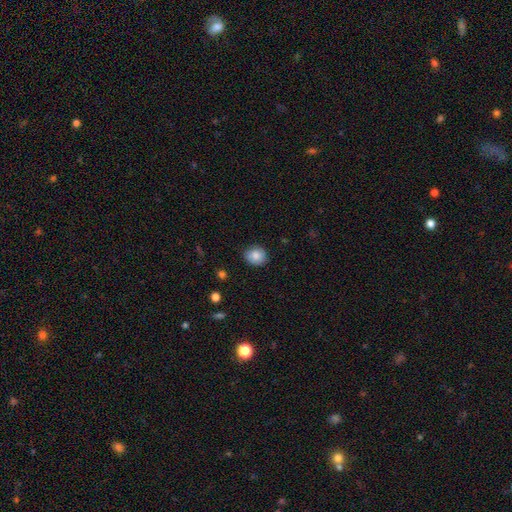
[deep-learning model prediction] Smooth or featured? Predicted: smooth (p=0.84). How rounded? Predicted: round (p=0.73). Merging? Predicted: none (p=0.84).